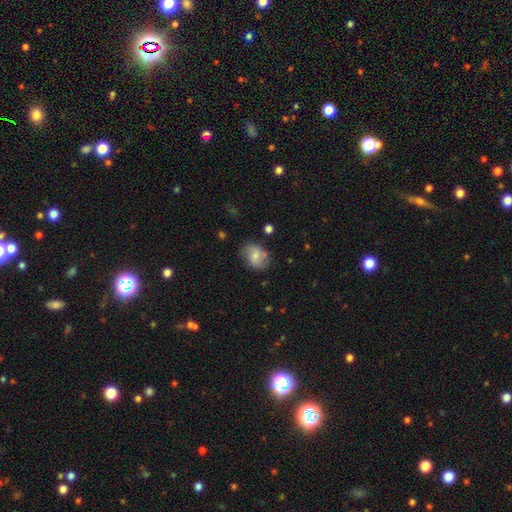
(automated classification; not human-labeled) smooth_or_featured: smooth (p=0.63) [alt: featured or disk p=0.29]
how_rounded: in between (p=0.65) [alt: round p=0.34]
merging: none (p=0.70) [alt: minor disturbance p=0.21]